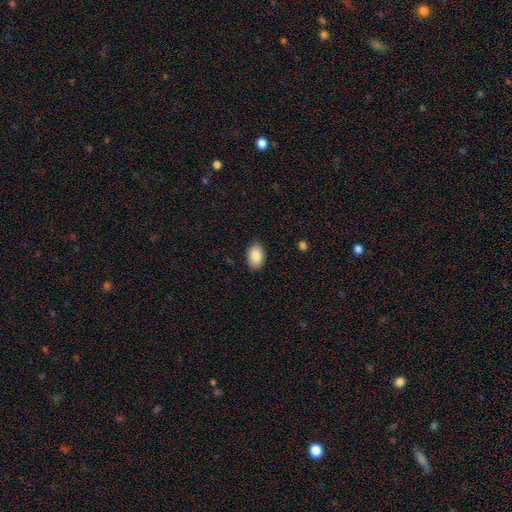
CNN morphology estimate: Smooth or featured?
  - smooth: 88% *
  - star or artifact: 7%
  - featured or disk: 6%
How rounded?
  - in between: 90% *
  - round: 9%
  - cigar-shaped: 1%
Merging?
  - none: 86% *
  - minor disturbance: 11%
  - major disturbance: 2%
  - merger: 1%